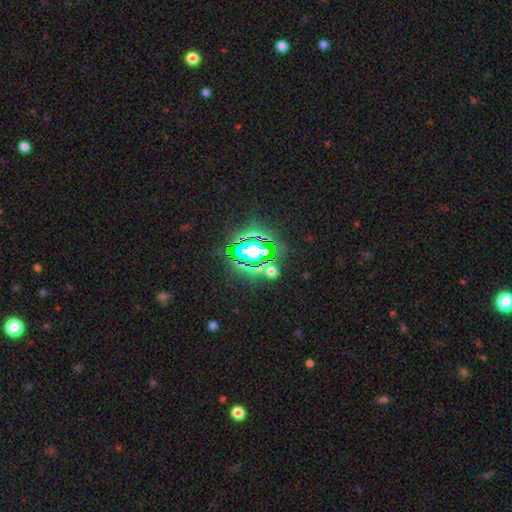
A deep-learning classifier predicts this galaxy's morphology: star or artifact 69%, smooth 18%, featured or disk 13%.